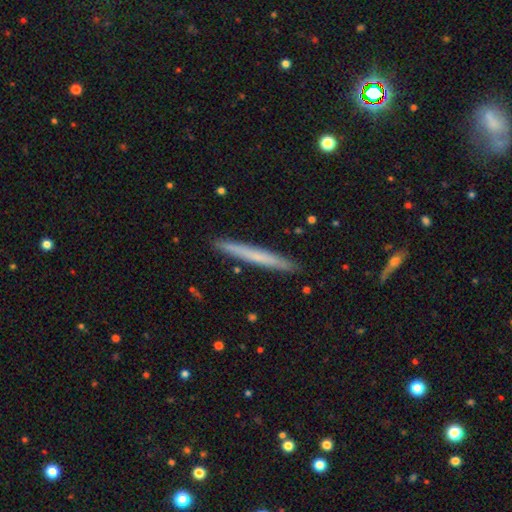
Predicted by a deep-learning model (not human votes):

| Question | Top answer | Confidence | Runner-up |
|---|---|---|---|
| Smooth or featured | smooth | 56% | featured or disk (38%) |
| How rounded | cigar-shaped | 97% | in between (2%) |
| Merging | none | 92% | minor disturbance (6%) |